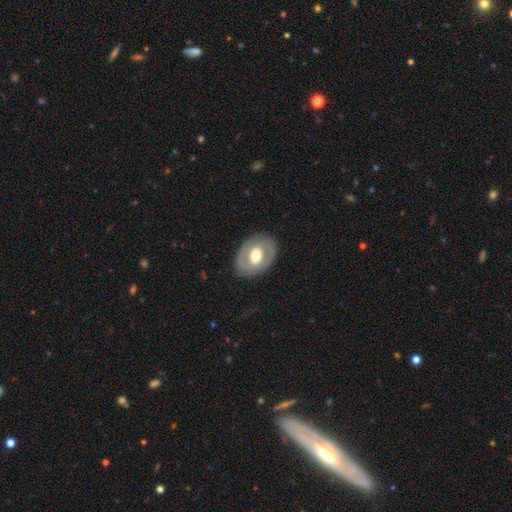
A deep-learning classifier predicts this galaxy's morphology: featured or disk 63%, smooth 32%, star or artifact 5%. Down the decision tree: edge-on disk — no (94%); bar — no (52%); spiral arms — no (51%); bulge size — moderate (70%); merging — none (83%).